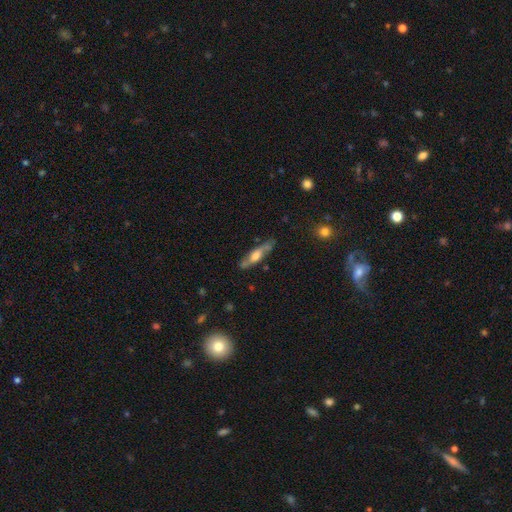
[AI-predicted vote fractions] Smooth or featured? Predicted: featured or disk (p=0.56). Edge-on disk? Predicted: yes (p=0.62). Merging? Predicted: none (p=0.73).